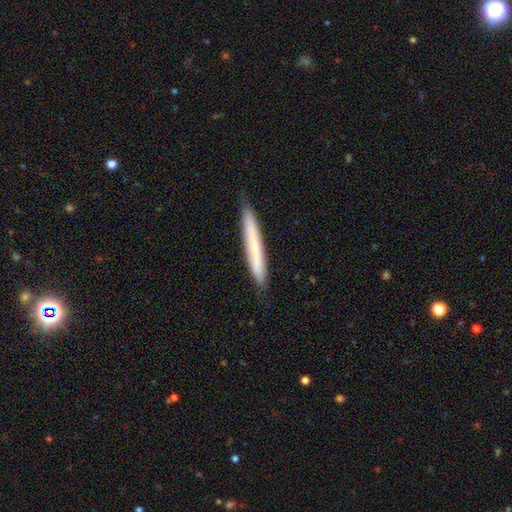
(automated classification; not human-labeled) This is likely a smooth galaxy (60%). How rounded: clearly cigar-shaped (96%). Merging: clearly none (87%).